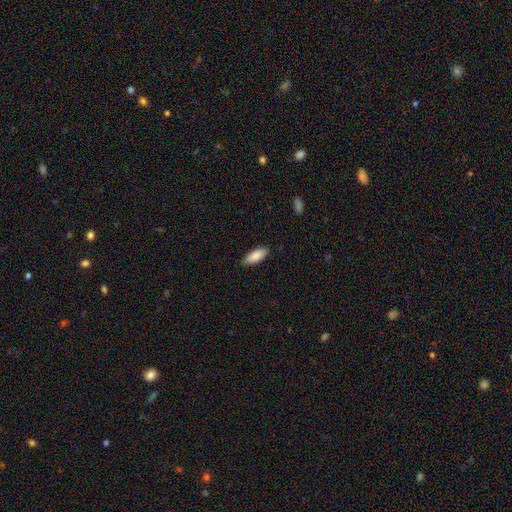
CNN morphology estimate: A smooth galaxy with no disk features (88%) that is in between round and cigar-shaped (79%). Merging: none (84%).